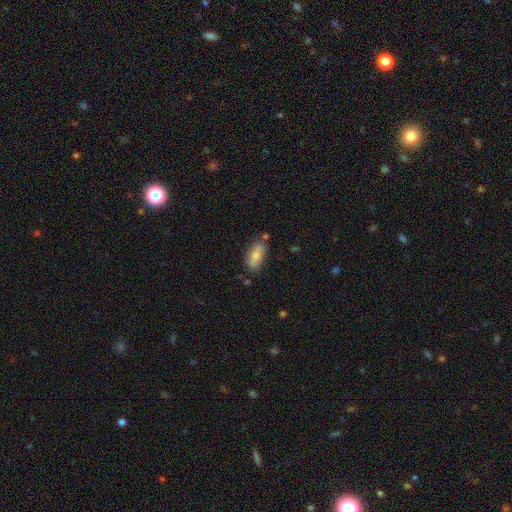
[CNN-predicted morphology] The model was most divided on "merging": none: 73%, minor disturbance: 18%, merger: 6%, major disturbance: 4%. More confident: how rounded — in between (87%); smooth or featured — smooth (75%).